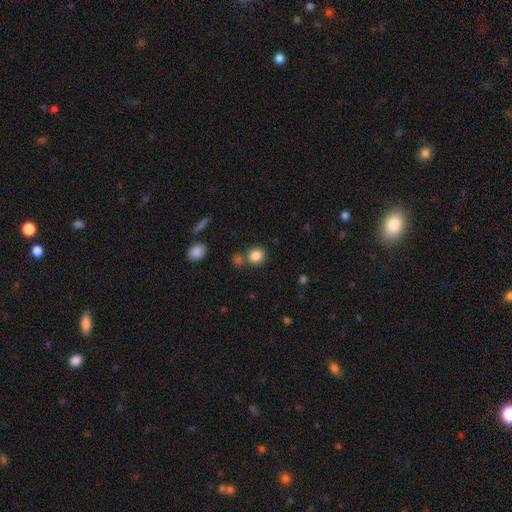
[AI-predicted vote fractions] The model was most divided on "merging": none: 71%, merger: 16%, minor disturbance: 10%, major disturbance: 4%. More confident: smooth or featured — smooth (84%); how rounded — round (84%).